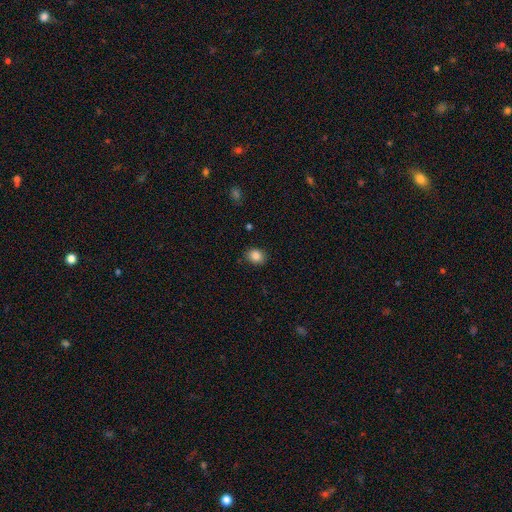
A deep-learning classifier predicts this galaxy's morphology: Smooth or featured: smooth — 86% (star or artifact — 10%)
How rounded: round — 53% (in between — 46%)
Merging: none — 86% (minor disturbance — 10%)